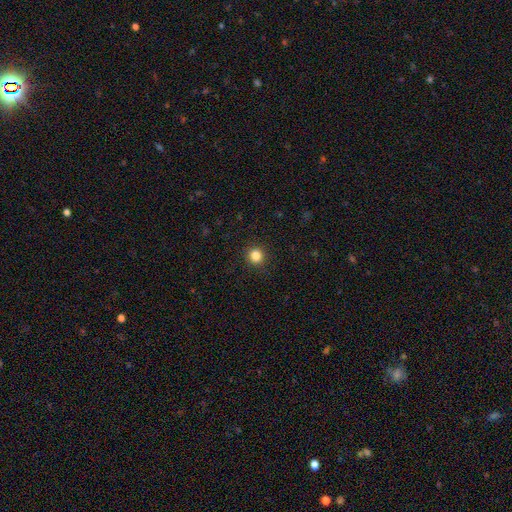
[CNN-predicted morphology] Overall: smooth (84%). How rounded: round (92%). Merging: none (92%).